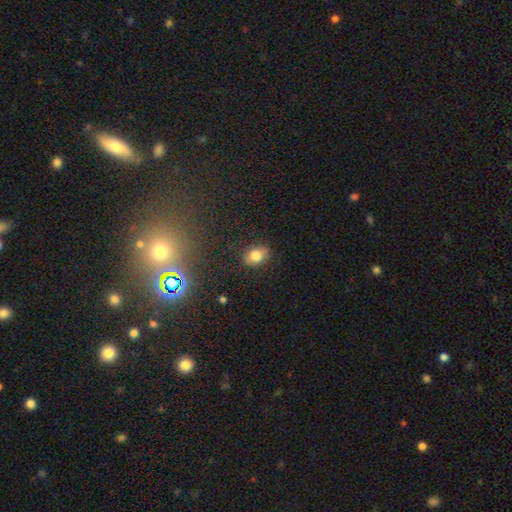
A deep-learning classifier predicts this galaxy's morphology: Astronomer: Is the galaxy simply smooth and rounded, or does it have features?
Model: smooth — 80%.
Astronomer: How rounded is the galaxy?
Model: in between — 73%.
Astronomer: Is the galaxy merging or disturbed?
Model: none — 81%.